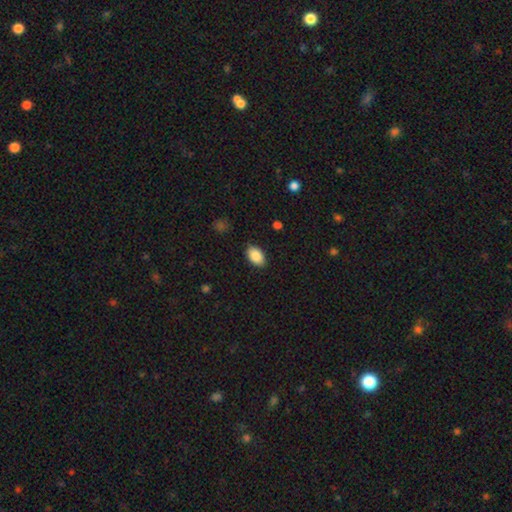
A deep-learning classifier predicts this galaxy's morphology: The model was most divided on "merging": none: 87%, minor disturbance: 10%, major disturbance: 2%, merger: 1%. More confident: how rounded — in between (90%); smooth or featured — smooth (88%).